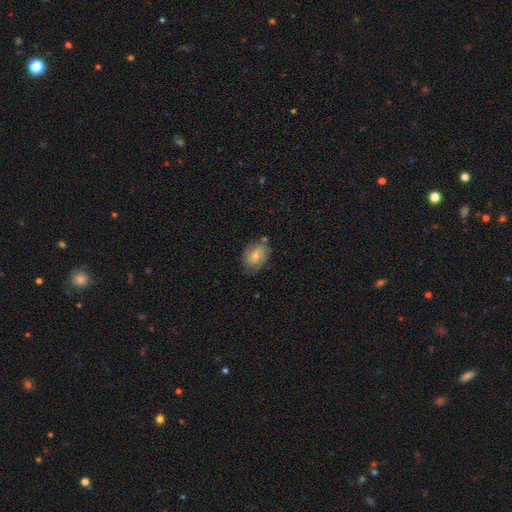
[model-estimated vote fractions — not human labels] smooth 65%, featured or disk 28%, star or artifact 8%. Down the decision tree: how rounded — in between (75%); merging — none (67%).